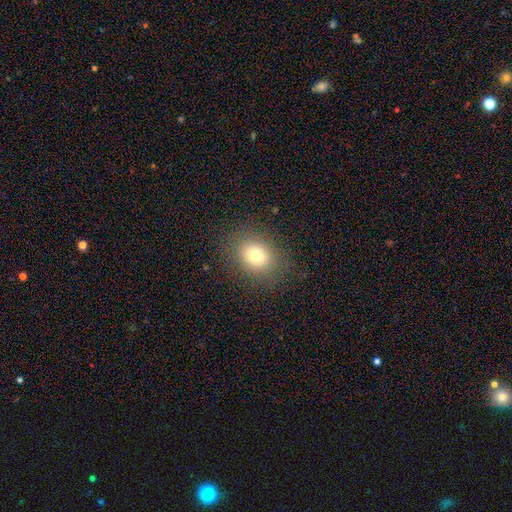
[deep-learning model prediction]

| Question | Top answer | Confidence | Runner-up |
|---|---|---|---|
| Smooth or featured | smooth | 75% | star or artifact (13%) |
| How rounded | round | 54% | in between (45%) |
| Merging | none | 84% | minor disturbance (10%) |